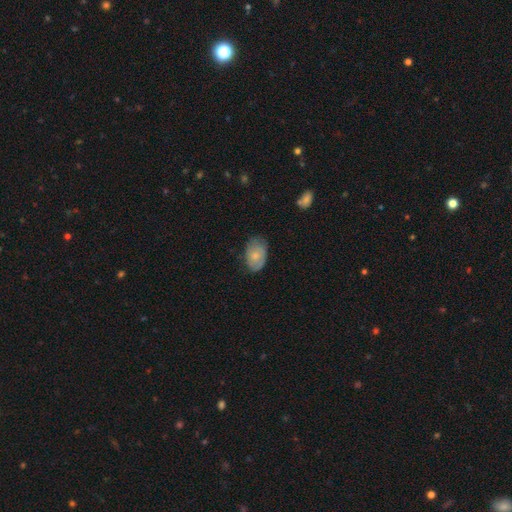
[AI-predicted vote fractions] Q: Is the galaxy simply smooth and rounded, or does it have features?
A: smooth — 71%.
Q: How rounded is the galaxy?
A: in between — 89%.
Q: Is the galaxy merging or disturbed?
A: none — 64%.